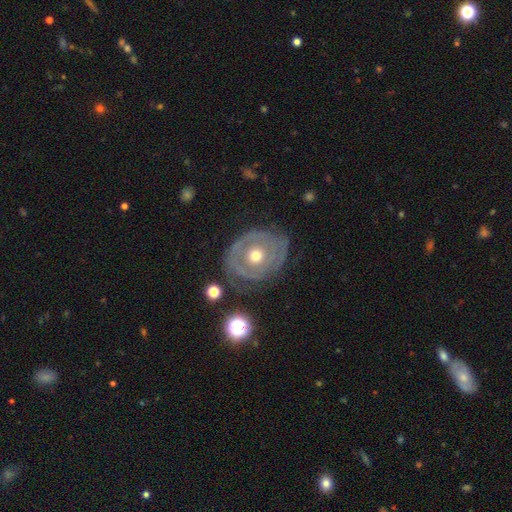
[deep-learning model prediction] smooth-or-featured: featured or disk: 70% | smooth: 24% | star or artifact: 6%
  disk-edge-on: no: 96% | yes: 4%
    bar: no: 88% | weak: 9% | strong: 3%
    has-spiral-arms: no: 52% | yes: 48%
    bulge-size: moderate: 68% | small: 25% | large: 4% | dominant: 1% | none: 1%
  merging: none: 61% | minor disturbance: 22% | major disturbance: 14% | merger: 3%